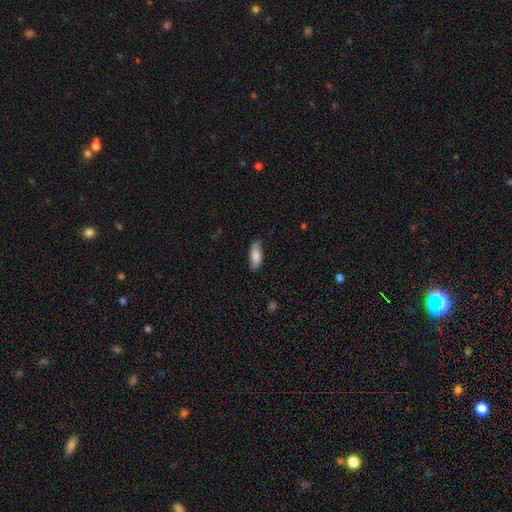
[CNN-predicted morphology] A smooth galaxy with no disk features (77%) that is in between round and cigar-shaped (74%). Merging: none (75%).